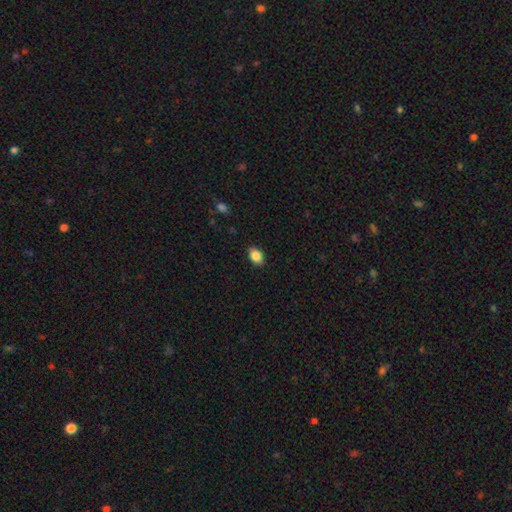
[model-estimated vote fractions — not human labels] This appears to be a smooth galaxy with no disk features (87%) that is in between round and cigar-shaped (84%). Merging: none (88%).